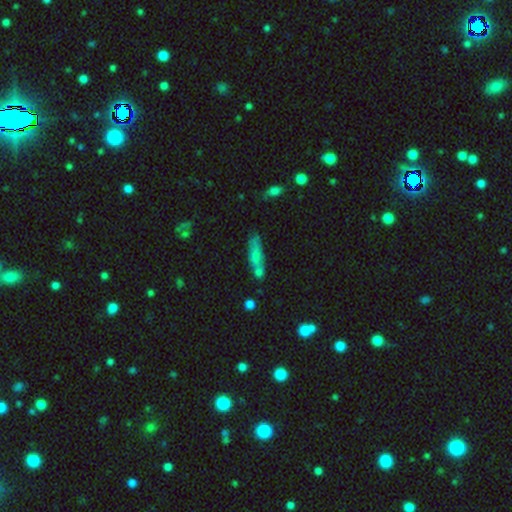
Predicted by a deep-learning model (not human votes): Overall: smooth (67%). How rounded: cigar-shaped (53%; in between 44%). Merging: none (54%; minor disturbance 21%).